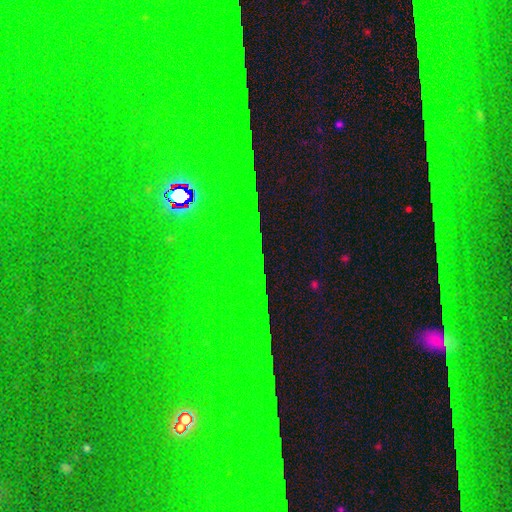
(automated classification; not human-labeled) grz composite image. It shows a star or artifact, not a galaxy (86%).